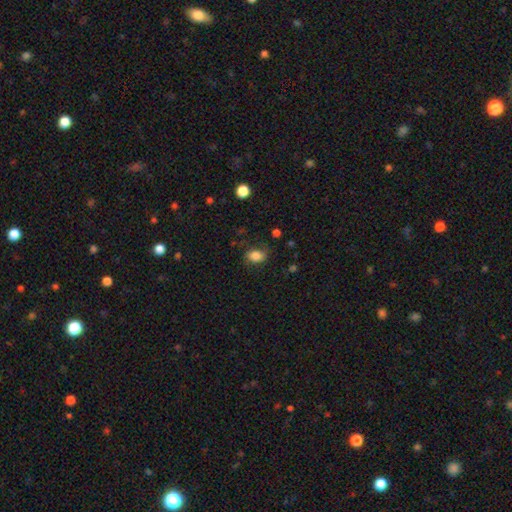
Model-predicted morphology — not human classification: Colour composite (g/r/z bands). It shows a smooth galaxy with no disk features (82%) that is in between round and cigar-shaped (79%). Merging: none (72%).